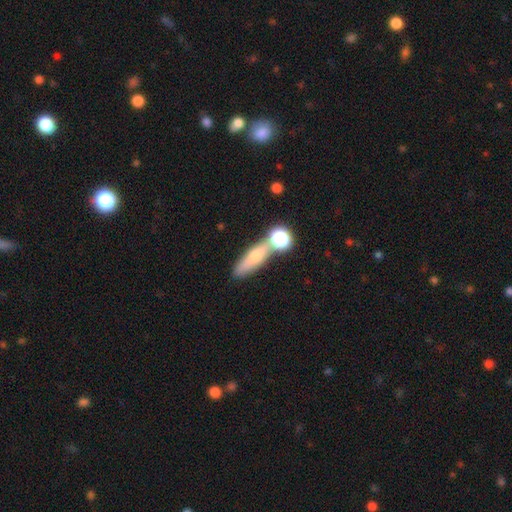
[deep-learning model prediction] This appears to be a smooth galaxy with no disk features (60%) that is cigar-shaped (50%). Merging: none (56%).